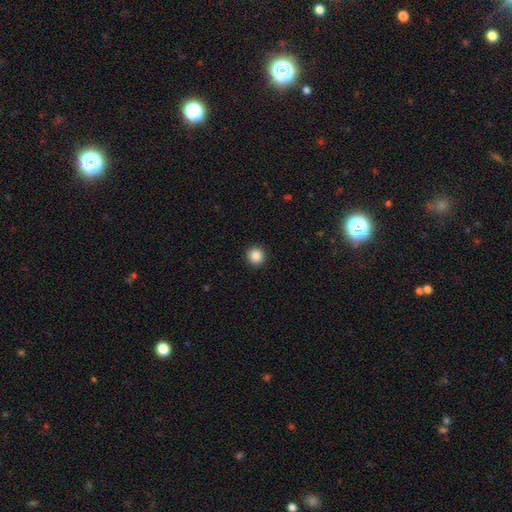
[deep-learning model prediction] Smooth or featured: smooth — 87% (star or artifact — 10%)
How rounded: round — 95% (in between — 4%)
Merging: none — 93% (minor disturbance — 5%)